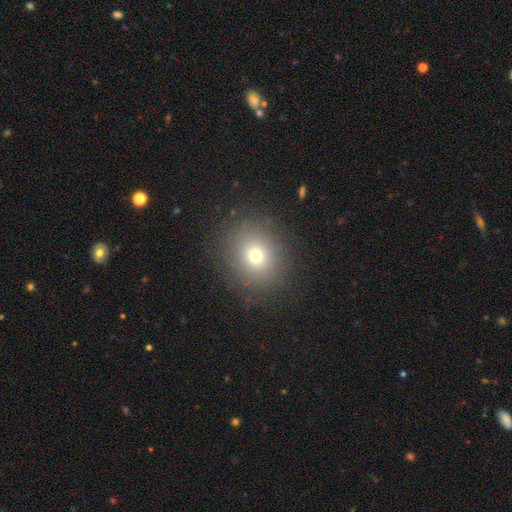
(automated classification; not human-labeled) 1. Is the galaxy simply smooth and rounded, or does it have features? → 72% smooth, 17% star or artifact, 11% featured or disk.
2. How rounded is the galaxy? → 77% round, 22% in between, 1% cigar-shaped.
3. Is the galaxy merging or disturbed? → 86% none, 8% minor disturbance, 4% major disturbance, 1% merger.